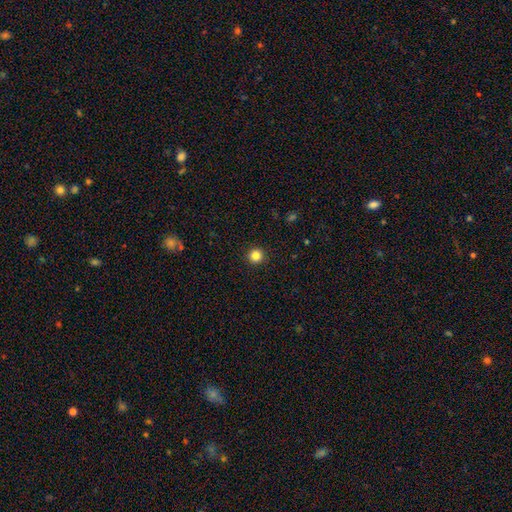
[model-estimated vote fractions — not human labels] smooth 84%, star or artifact 12%, featured or disk 5%. Down the decision tree: how rounded — round (96%); merging — none (93%).